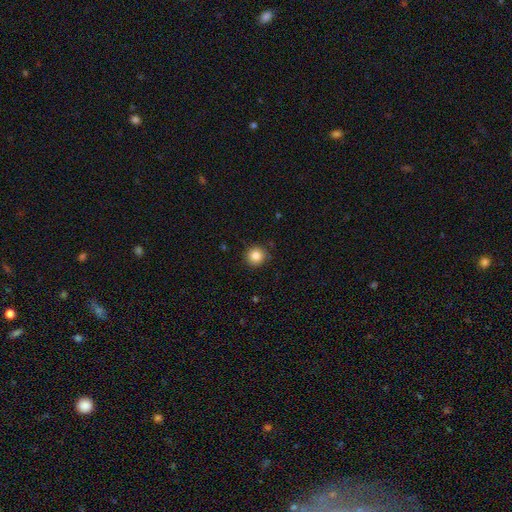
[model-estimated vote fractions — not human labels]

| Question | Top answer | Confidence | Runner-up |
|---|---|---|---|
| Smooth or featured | smooth | 85% | star or artifact (10%) |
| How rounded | round | 92% | in between (7%) |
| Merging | none | 88% | minor disturbance (9%) |